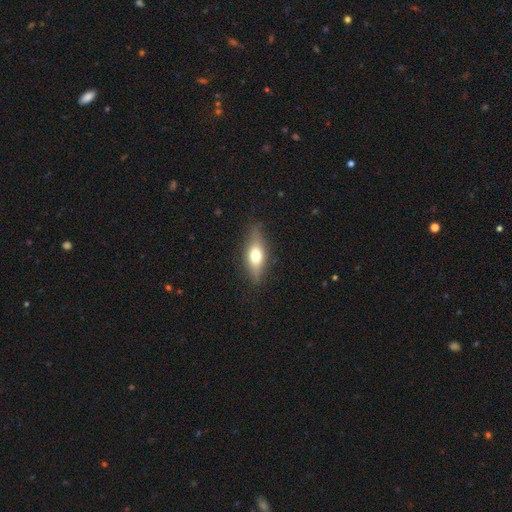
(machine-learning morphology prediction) This is possibly a smooth galaxy (57%). How rounded: likely in between (62%). Merging: clearly none (82%).